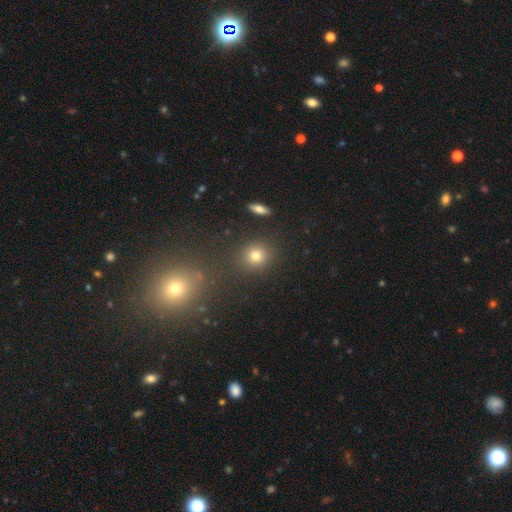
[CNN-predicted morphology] Smooth or featured? Predicted: smooth (p=0.77). How rounded? Predicted: round (p=0.85). Merging? Predicted: none (p=0.85).